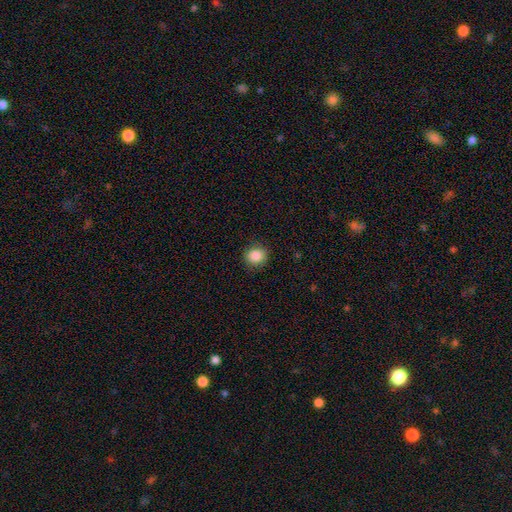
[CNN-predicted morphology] Smooth or featured? Predicted: smooth (p=0.87). How rounded? Predicted: round (p=0.84). Merging? Predicted: none (p=0.90).